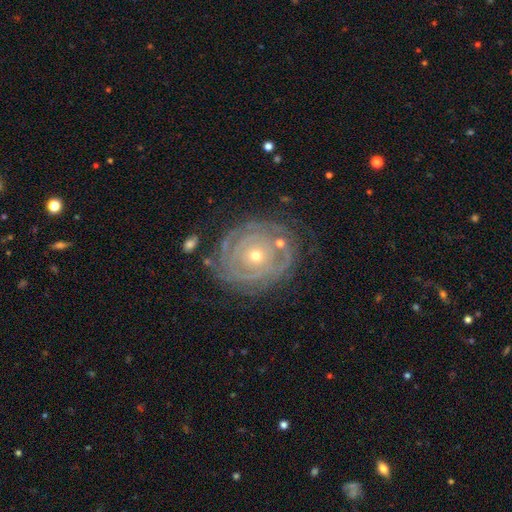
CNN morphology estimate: A featured or disk galaxy (86%) with no bar (84%), tight (87%) spiral arms (93%) and a small central bulge (60%).

Vote fractions:
- Smooth or featured? featured or disk: 86% / smooth: 8% / star or artifact: 6%
- Edge-on disk? no: 97% / yes: 3%
- Bar? no: 84% / weak: 11% / strong: 5%
- Spiral arms? yes: 93% / no: 7%
- Spiral winding? tight: 87% / medium: 10% / loose: 3%
- Spiral arm count? can't tell: 30% / 2: 25% / 3: 20% / 4: 12% / more than 4: 7% / 1: 6%
- Bulge size? small: 60% / moderate: 37% / large: 1% / dominant: 1% / none: 1%
- Merging? none: 75% / minor disturbance: 16% / major disturbance: 6% / merger: 3%